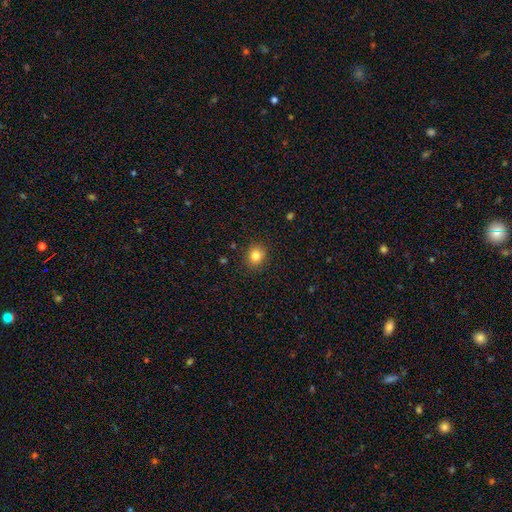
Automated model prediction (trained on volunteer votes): Smooth or featured? smooth (82%)
How rounded? round (77%)
Merging? none (90%)